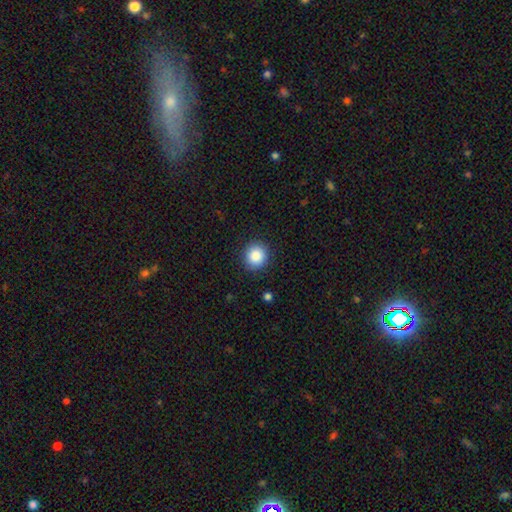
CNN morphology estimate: smooth-or-featured: smooth: 87% | star or artifact: 9% | featured or disk: 5%
  how-rounded: round: 88% | in between: 11% | cigar-shaped: 1%
  merging: none: 90% | minor disturbance: 7% | major disturbance: 2% | merger: 1%